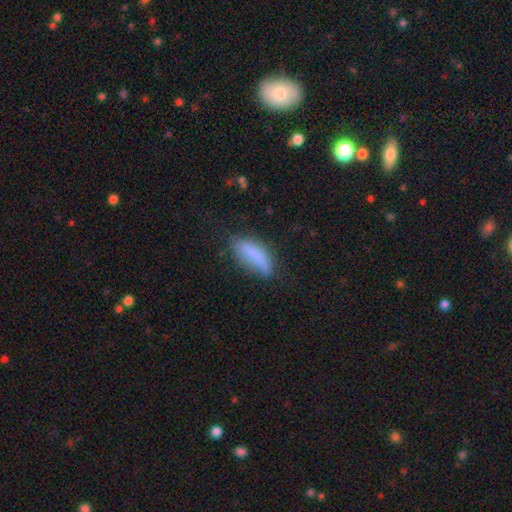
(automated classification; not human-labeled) This is likely a smooth galaxy (79%). How rounded: possibly in between (60%). Merging: possibly none (54%).